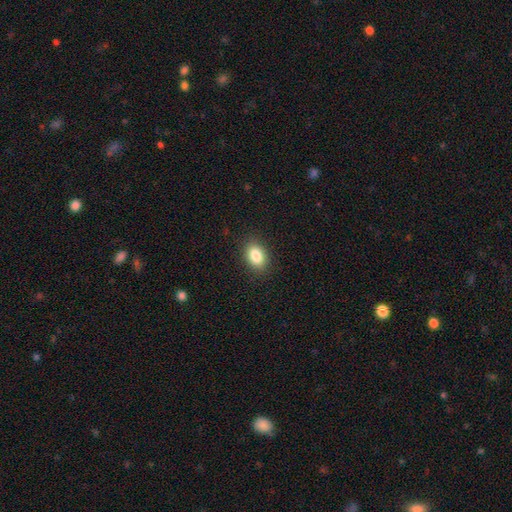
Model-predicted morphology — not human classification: Overall: smooth (85%). How rounded: in between (82%). Merging: none (89%).